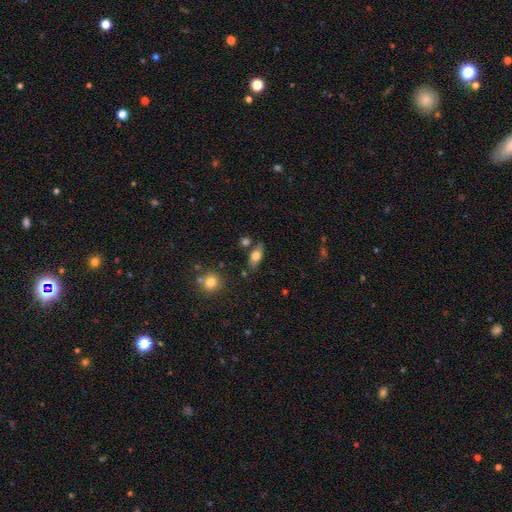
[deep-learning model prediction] Smooth or featured: smooth — 69% (featured or disk — 23%)
How rounded: in between — 82% (cigar-shaped — 12%)
Merging: none — 76% (minor disturbance — 14%)